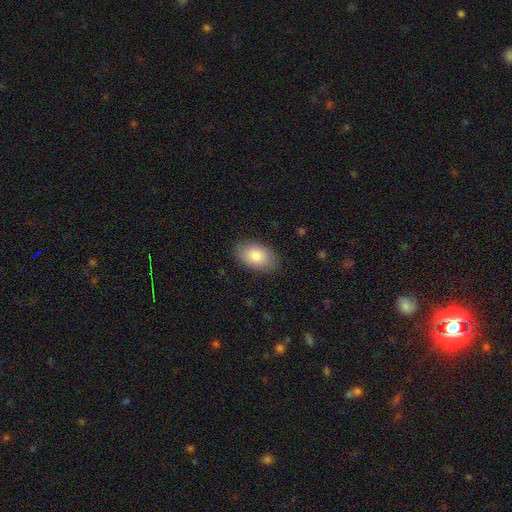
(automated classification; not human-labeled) smooth 85%, featured or disk 9%, star or artifact 6%. Down the decision tree: how rounded — in between (92%); merging — none (84%).